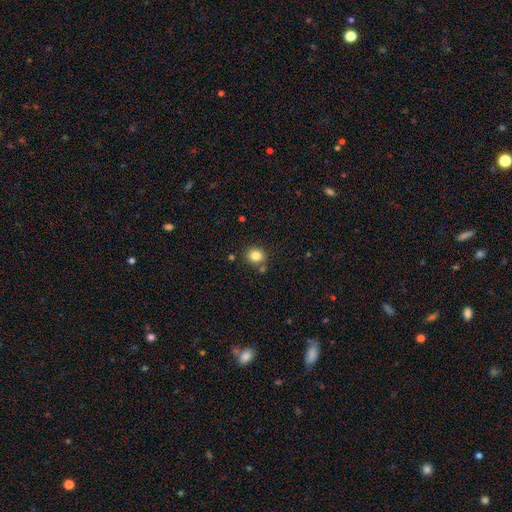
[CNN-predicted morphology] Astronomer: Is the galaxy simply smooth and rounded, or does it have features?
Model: smooth — 83%.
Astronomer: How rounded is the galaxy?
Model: round — 75%.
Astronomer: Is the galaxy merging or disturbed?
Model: none — 78%.